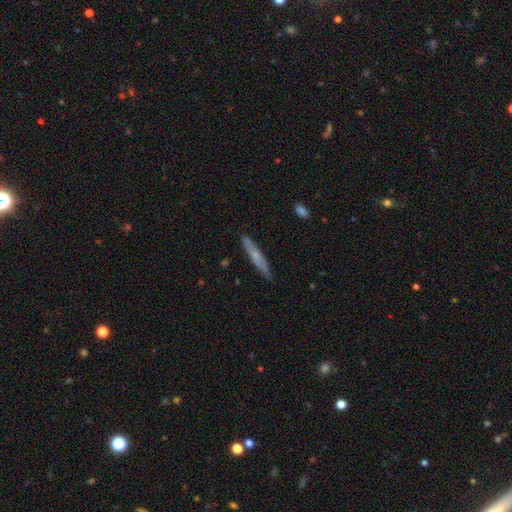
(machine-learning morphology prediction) Smooth or featured? smooth (50%)
Merging? none (86%)